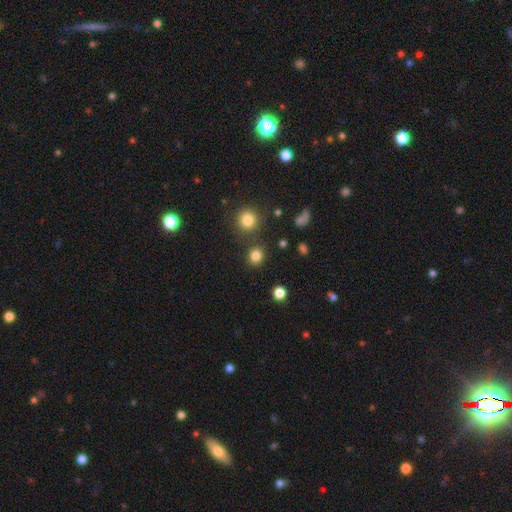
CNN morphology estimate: This appears to be a smooth galaxy with no disk features (82%) that is round (84%). Merging: none (82%).